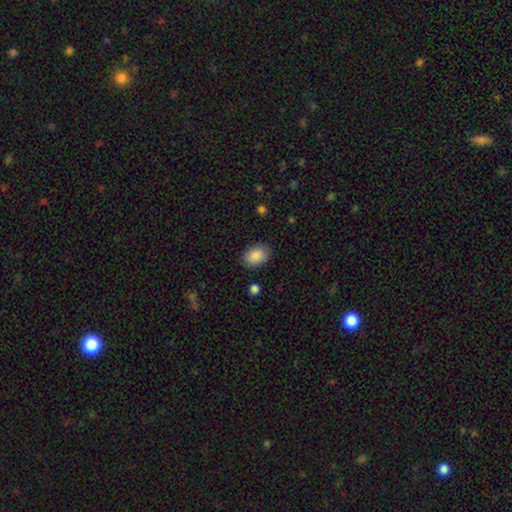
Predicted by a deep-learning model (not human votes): smooth 88%, star or artifact 7%, featured or disk 5%. Down the decision tree: how rounded — in between (83%); merging — none (84%).